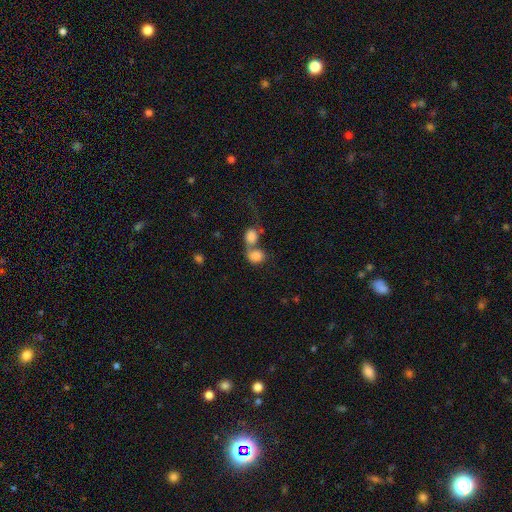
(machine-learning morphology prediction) This is clearly a smooth galaxy (81%). How rounded: likely round (61%). Merging: likely merger (69%).